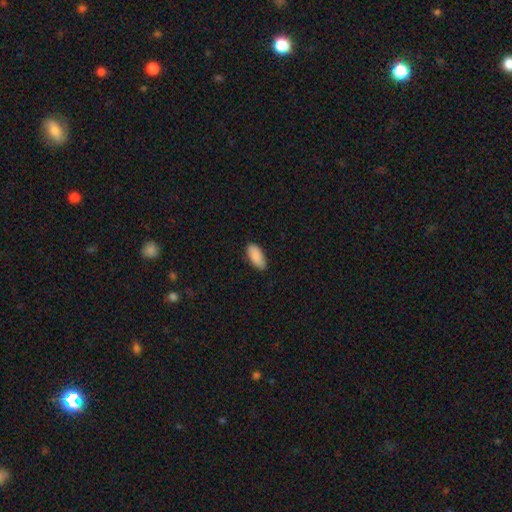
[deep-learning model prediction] A smooth galaxy with no disk features (90%) that is in between round and cigar-shaped (90%).

Vote fractions:
- Smooth or featured? smooth: 90% / star or artifact: 6% / featured or disk: 4%
- How rounded? in between: 90% / cigar-shaped: 8% / round: 2%
- Merging? none: 85% / minor disturbance: 12% / major disturbance: 2% / merger: 1%